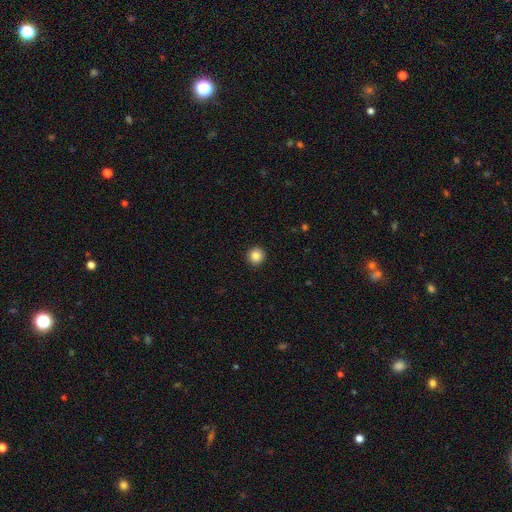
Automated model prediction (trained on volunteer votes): Overall: smooth (86%). How rounded: round (95%). Merging: none (93%).